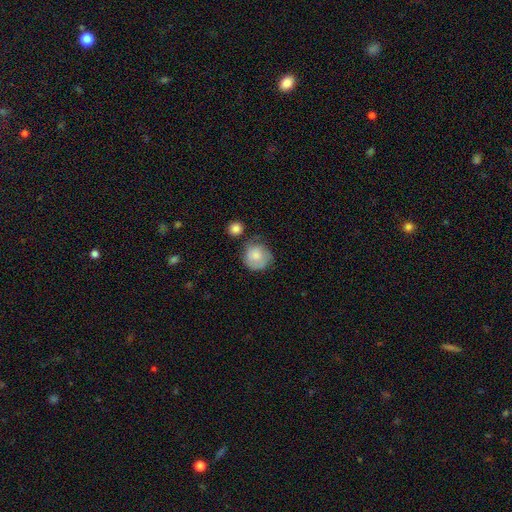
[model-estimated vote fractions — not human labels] A smooth galaxy with no disk features (72%) that is round (88%). Merging: none (56%).